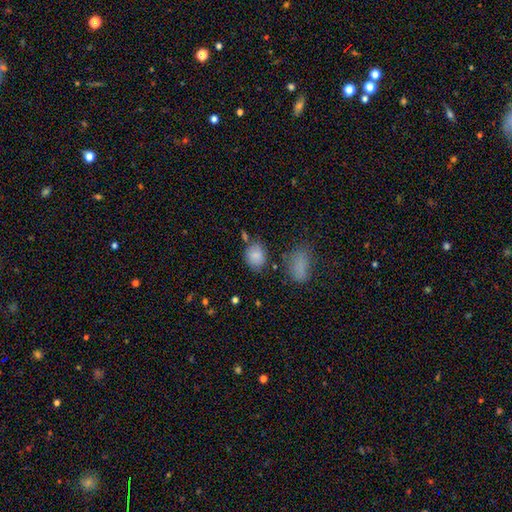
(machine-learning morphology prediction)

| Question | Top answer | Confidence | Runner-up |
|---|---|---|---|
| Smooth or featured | smooth | 83% | star or artifact (9%) |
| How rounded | round | 50% | in between (49%) |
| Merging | none | 66% | minor disturbance (20%) |